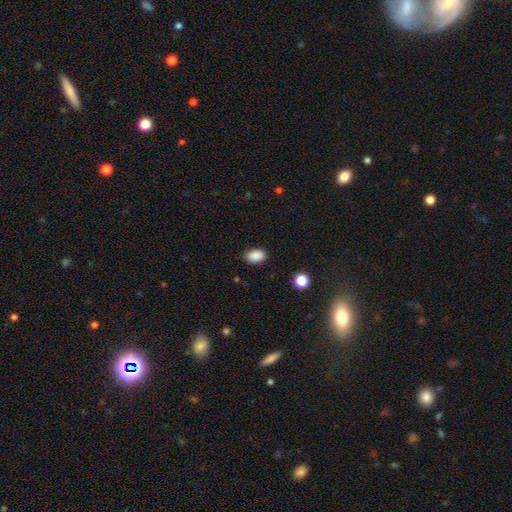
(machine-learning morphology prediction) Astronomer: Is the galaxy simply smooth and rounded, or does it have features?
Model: smooth — 88%.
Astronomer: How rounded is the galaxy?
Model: in between — 87%.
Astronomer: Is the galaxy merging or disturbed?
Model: none — 85%.